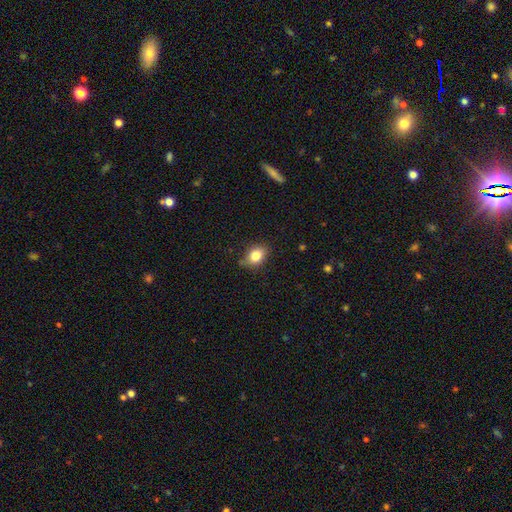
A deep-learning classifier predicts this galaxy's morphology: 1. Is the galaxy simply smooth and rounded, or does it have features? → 83% smooth, 9% star or artifact, 8% featured or disk.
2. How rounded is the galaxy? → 70% in between, 28% round, 1% cigar-shaped.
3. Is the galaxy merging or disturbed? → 78% none, 17% minor disturbance, 3% major disturbance, 1% merger.